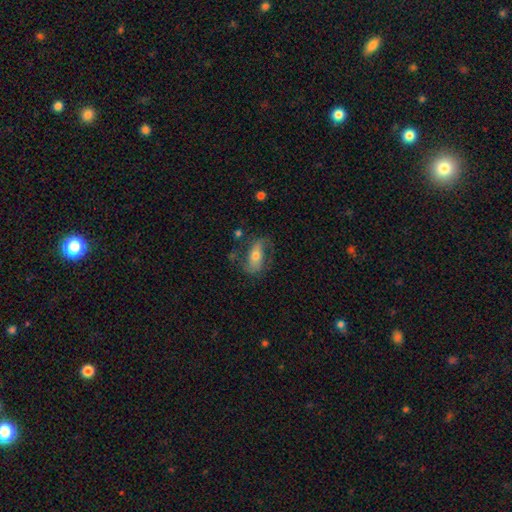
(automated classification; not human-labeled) smooth_or_featured: featured or disk (p=0.58) [alt: smooth p=0.34]
disk_edge_on: no (p=0.89) [alt: yes p=0.11]
bar: no (p=0.42) [alt: strong p=0.30]
has_spiral_arms: yes (p=0.80) [alt: no p=0.20]
bulge_size: moderate (p=0.58) [alt: small p=0.32]
merging: none (p=0.62) [alt: minor disturbance p=0.20]